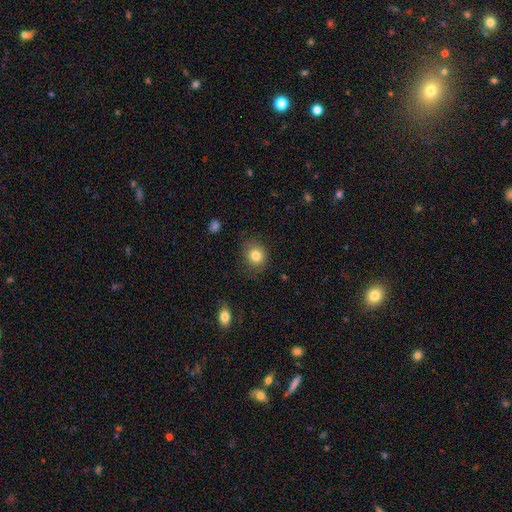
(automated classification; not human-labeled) Smooth or featured? Predicted: smooth (p=0.82). How rounded? Predicted: round (p=0.75). Merging? Predicted: none (p=0.81).